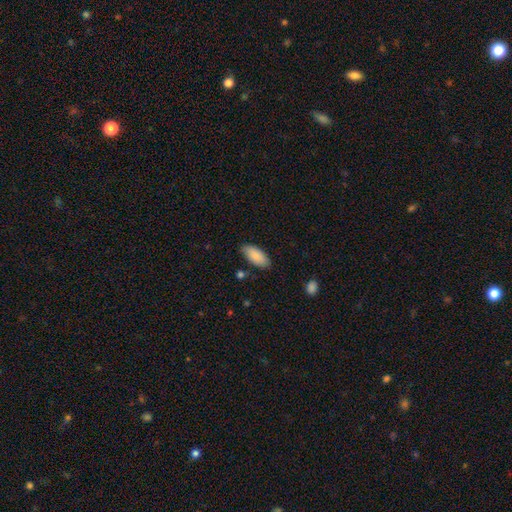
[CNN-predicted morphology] The model was most divided on "merging": none: 80%, minor disturbance: 16%, major disturbance: 3%, merger: 2%. More confident: how rounded — in between (90%); smooth or featured — smooth (86%).